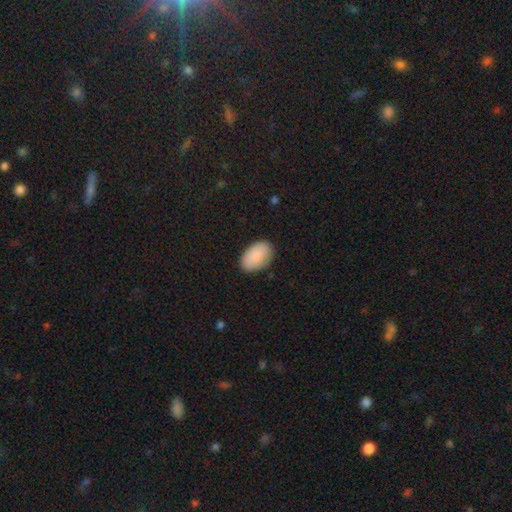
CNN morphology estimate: A smooth galaxy with no disk features (89%) that is in between round and cigar-shaped (93%).

Vote fractions:
- Smooth or featured? smooth: 89% / star or artifact: 6% / featured or disk: 5%
- How rounded? in between: 93% / round: 6% / cigar-shaped: 1%
- Merging? none: 85% / minor disturbance: 12% / major disturbance: 2% / merger: 1%